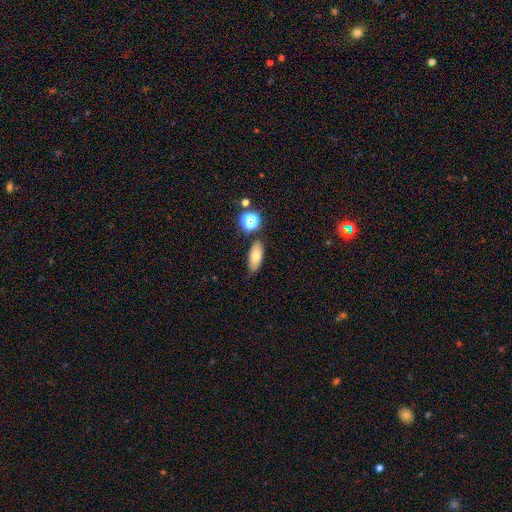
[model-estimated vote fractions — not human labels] A smooth galaxy with no disk features (73%) that is in between round and cigar-shaped (75%). Merging: none (77%).